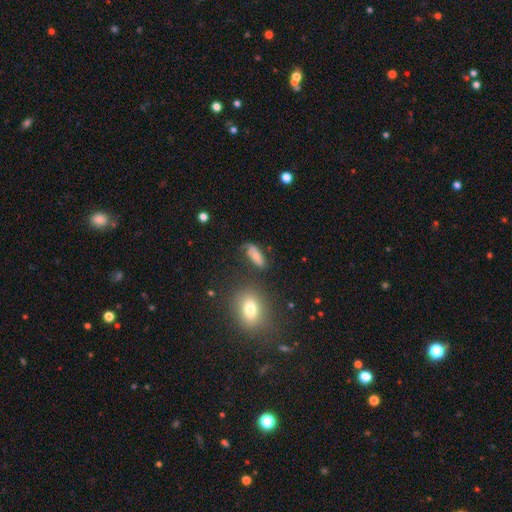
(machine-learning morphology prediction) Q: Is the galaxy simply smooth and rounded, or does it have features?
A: smooth — 53%.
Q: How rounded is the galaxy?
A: in between — 76%.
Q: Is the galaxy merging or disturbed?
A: none — 55%.